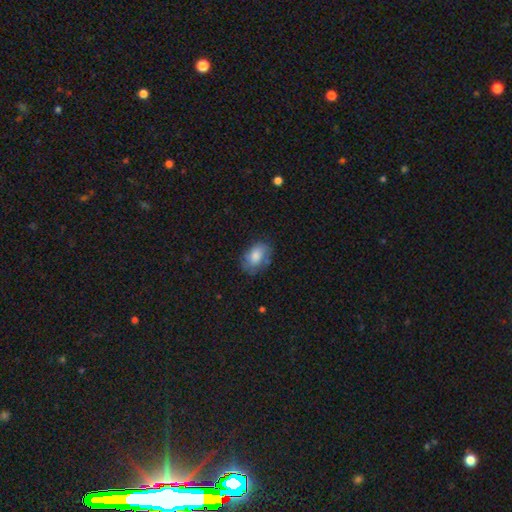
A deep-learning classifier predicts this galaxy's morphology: Q: Smooth or featured?
A: smooth (74%); runner-up: featured or disk (17%)
Q: How rounded?
A: in between (84%); runner-up: round (14%)
Q: Merging?
A: none (67%); runner-up: minor disturbance (24%)